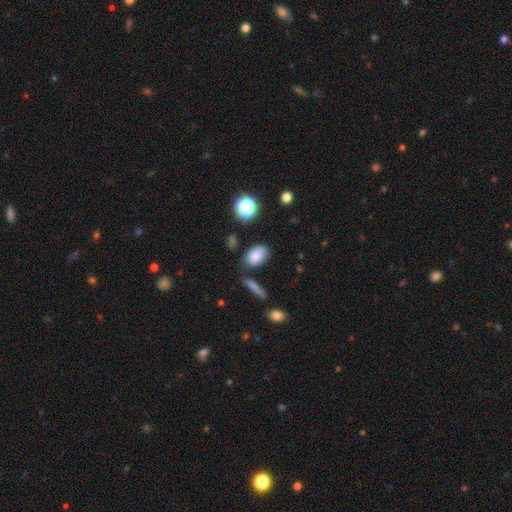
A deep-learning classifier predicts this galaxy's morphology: The model was most divided on "merging": none: 74%, minor disturbance: 15%, merger: 7%, major disturbance: 4%. More confident: how rounded — in between (86%); smooth or featured — smooth (82%).